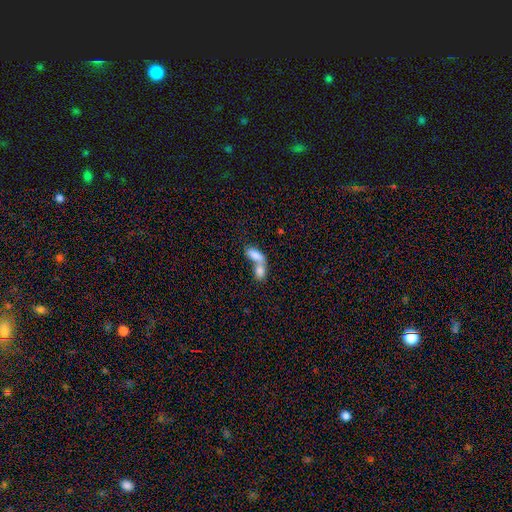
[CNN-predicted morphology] type=smooth (80%); roundness=in between (84%); merging=merger (78%).